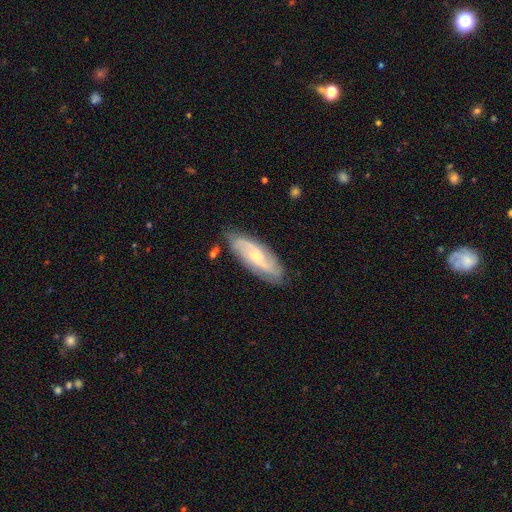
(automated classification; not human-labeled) This is likely a featured or disk galaxy (75%). It is clearly not viewed edge-on (87%). Bar: possibly no (57%). Spiral arm pattern: clearly yes (93%). Spiral arm count: possibly 2 (57%). Spiral winding: marginally medium (42%). Central bulge: possibly small (56%). Merging: likely none (80%).